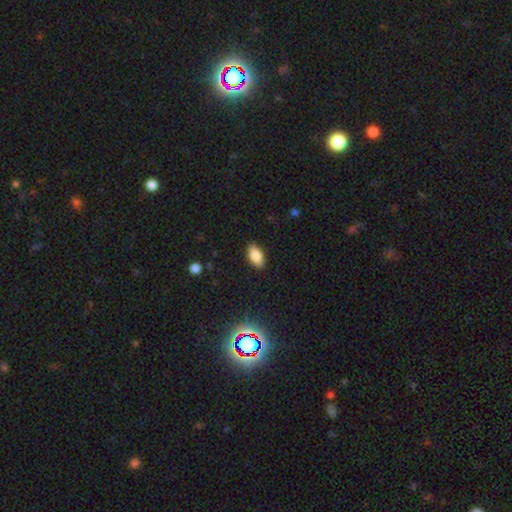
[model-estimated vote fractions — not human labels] Smooth or featured? smooth (85%)
How rounded? in between (92%)
Merging? none (86%)